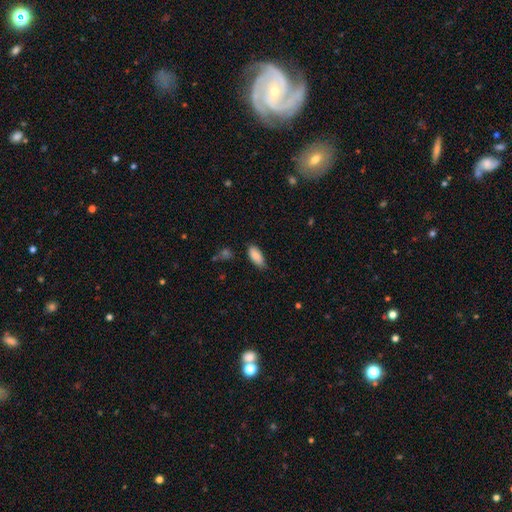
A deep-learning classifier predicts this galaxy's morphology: type=smooth (88%); roundness=in between (86%); merging=none (76%).